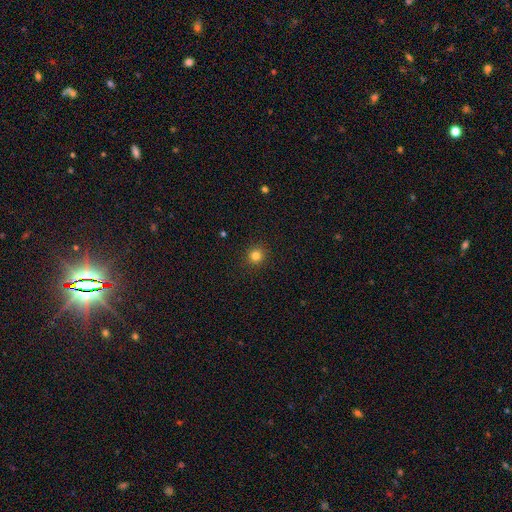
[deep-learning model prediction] smooth-or-featured: smooth: 82% | star or artifact: 14% | featured or disk: 5%
  how-rounded: round: 94% | in between: 5% | cigar-shaped: 1%
  merging: none: 92% | minor disturbance: 5% | major disturbance: 2% | merger: 1%